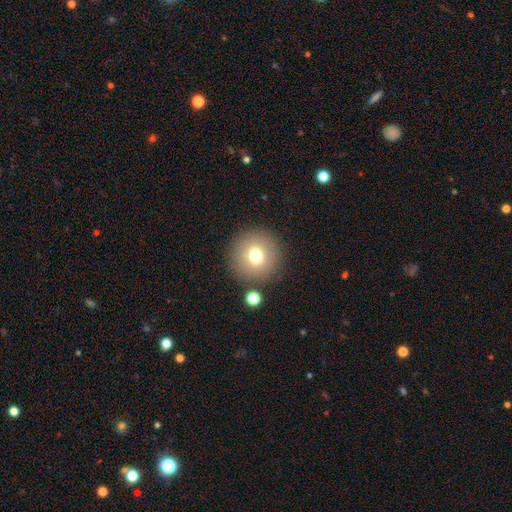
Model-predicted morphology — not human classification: This is likely a smooth galaxy (73%). How rounded: clearly round (95%). Merging: clearly none (86%).